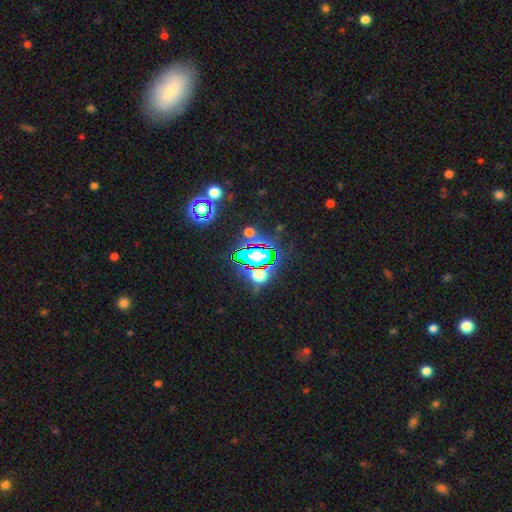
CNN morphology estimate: smooth_or_featured: star or artifact (p=0.71) [alt: smooth p=0.18]